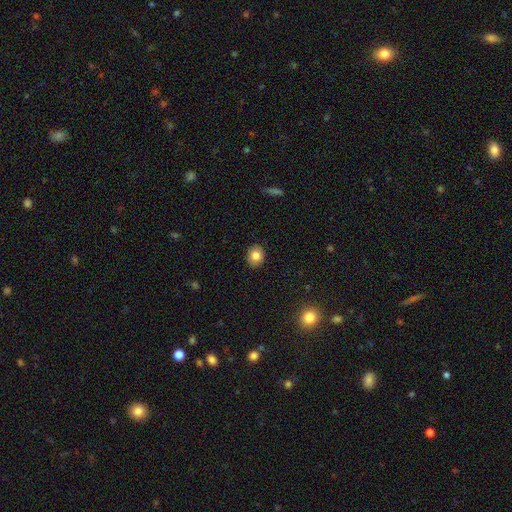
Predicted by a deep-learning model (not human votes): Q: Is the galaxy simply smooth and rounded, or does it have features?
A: smooth — 83%.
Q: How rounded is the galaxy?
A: round — 64%.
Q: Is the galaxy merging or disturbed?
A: none — 90%.